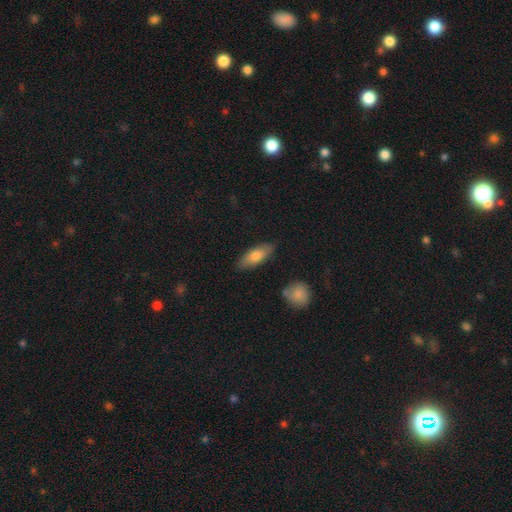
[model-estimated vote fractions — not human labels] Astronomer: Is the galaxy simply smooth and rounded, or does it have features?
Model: smooth — 74%.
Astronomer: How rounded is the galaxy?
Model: in between — 71%.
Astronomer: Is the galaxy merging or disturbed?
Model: none — 85%.